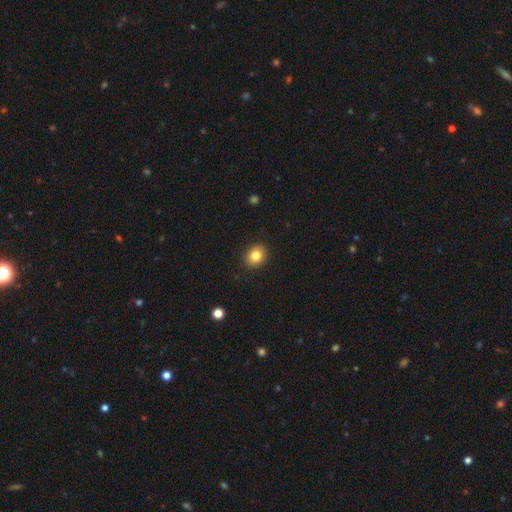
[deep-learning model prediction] smooth_or_featured: smooth (p=0.83) [alt: star or artifact p=0.10]
how_rounded: round (p=0.65) [alt: in between p=0.34]
merging: none (p=0.91) [alt: minor disturbance p=0.06]